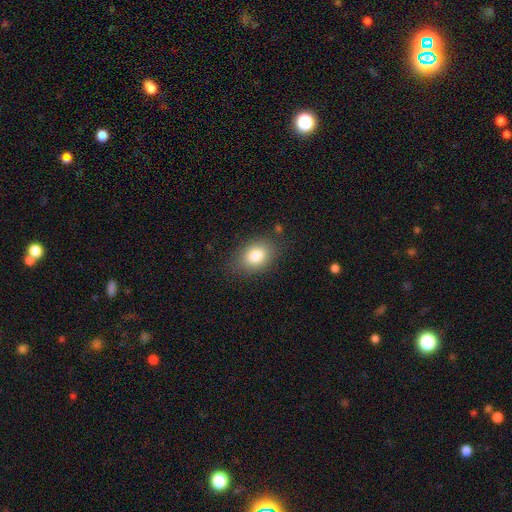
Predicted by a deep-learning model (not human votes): Smooth or featured? smooth (82%)
How rounded? in between (75%)
Merging? none (80%)